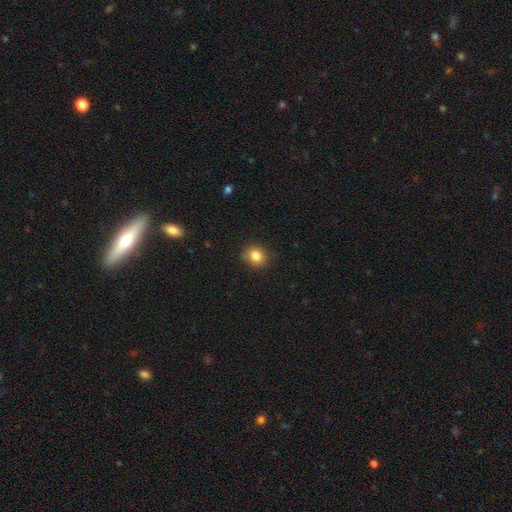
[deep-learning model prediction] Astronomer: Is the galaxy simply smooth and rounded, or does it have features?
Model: smooth — 83%.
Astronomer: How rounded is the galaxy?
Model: round — 70%.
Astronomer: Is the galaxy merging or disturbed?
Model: none — 81%.